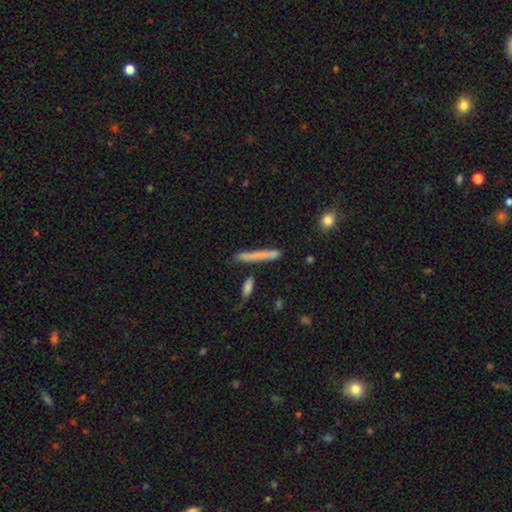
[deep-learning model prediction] The model was most divided on "smooth or featured": smooth: 67%, featured or disk: 26%, star or artifact: 7%. More confident: how rounded — cigar-shaped (94%); merging — none (72%).